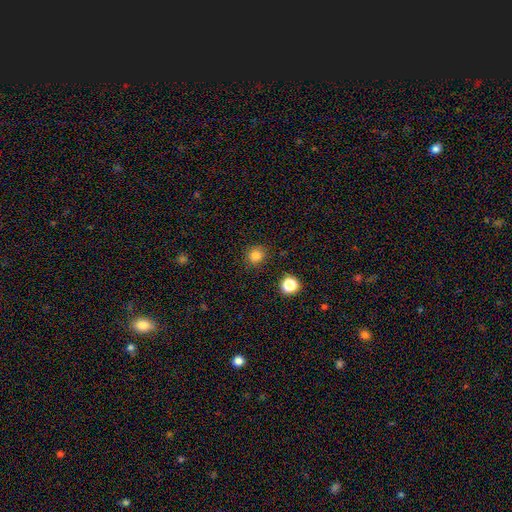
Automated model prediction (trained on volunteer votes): smooth_or_featured: smooth (p=0.83) [alt: star or artifact p=0.13]
how_rounded: round (p=0.89) [alt: in between p=0.10]
merging: none (p=0.89) [alt: minor disturbance p=0.07]